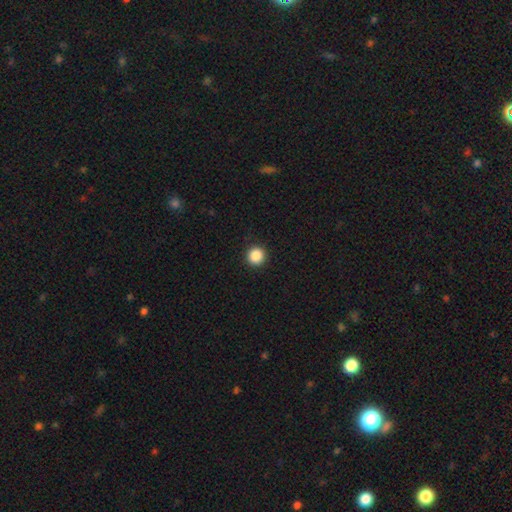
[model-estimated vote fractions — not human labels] Smooth or featured? Predicted: smooth (p=0.88). How rounded? Predicted: round (p=0.95). Merging? Predicted: none (p=0.93).